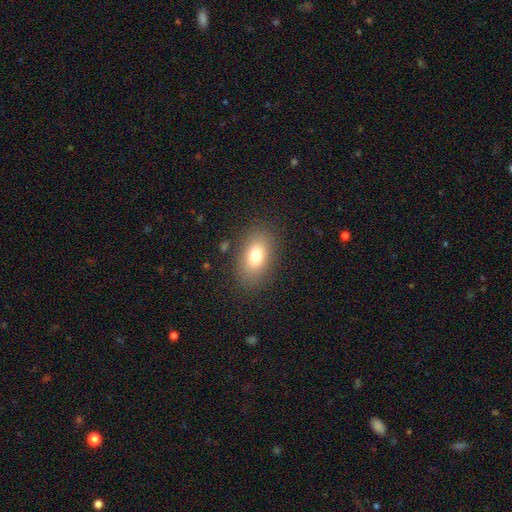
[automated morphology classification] Q: Smooth or featured?
A: smooth (78%); runner-up: featured or disk (13%)
Q: How rounded?
A: in between (87%); runner-up: round (11%)
Q: Merging?
A: none (84%); runner-up: minor disturbance (10%)